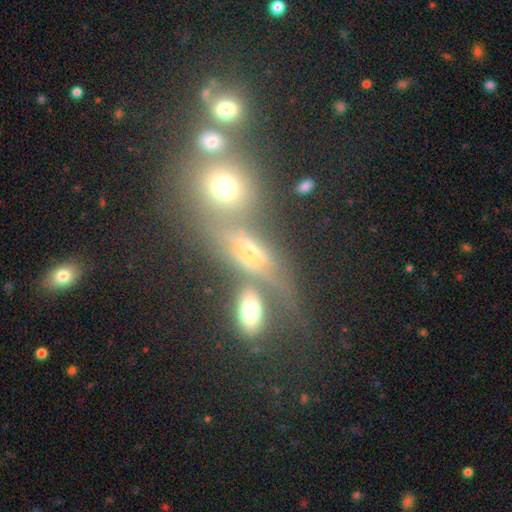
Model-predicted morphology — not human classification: smooth_or_featured: smooth (p=0.46) [alt: featured or disk p=0.39]
merging: merger (p=0.40) [alt: none p=0.38]